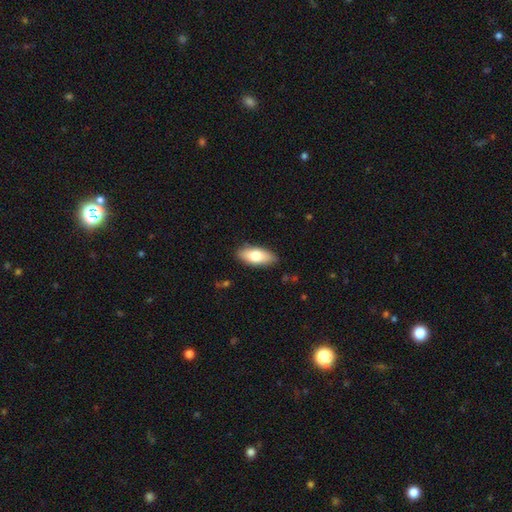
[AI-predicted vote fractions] Morphology: type=smooth (76%); roundness=in between (84%); merging=none (86%).